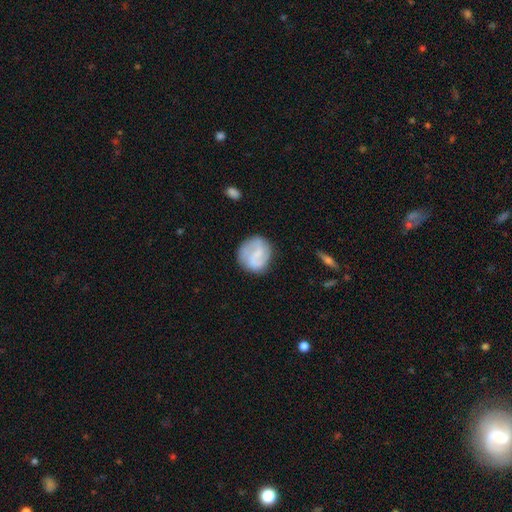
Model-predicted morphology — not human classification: A featured or disk galaxy (49%).

Vote fractions:
- Smooth or featured? featured or disk: 49% / smooth: 44% / star or artifact: 7%
- Merging? none: 72% / minor disturbance: 18% / major disturbance: 7% / merger: 2%